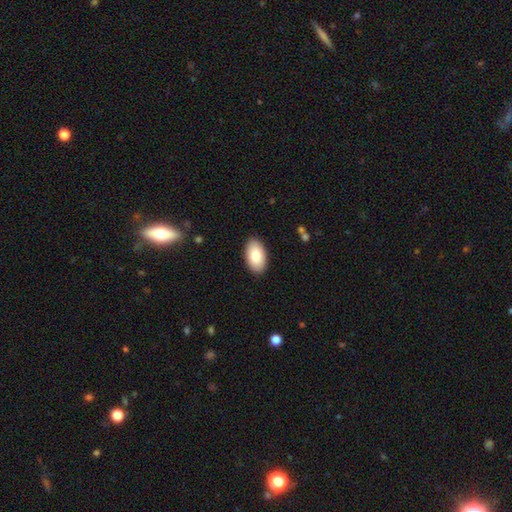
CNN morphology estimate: The model was most divided on "smooth or featured": smooth: 84%, featured or disk: 10%, star or artifact: 6%. More confident: how rounded — in between (96%); merging — none (89%).